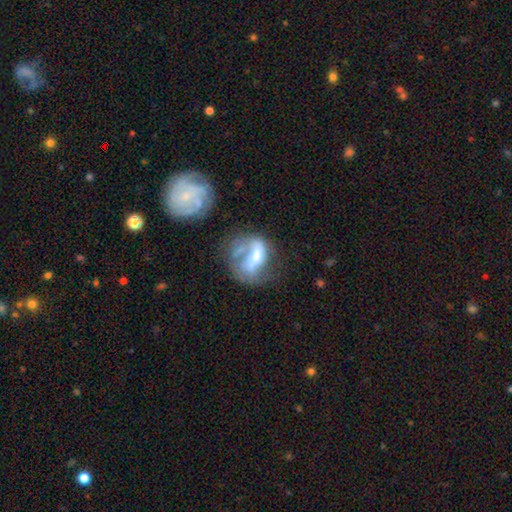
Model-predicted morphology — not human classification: smooth_or_featured: featured or disk (p=0.58) [alt: smooth p=0.31]
disk_edge_on: no (p=0.97) [alt: yes p=0.03]
bar: no (p=0.55) [alt: weak p=0.30]
has_spiral_arms: no (p=0.53) [alt: yes p=0.47]
bulge_size: moderate (p=0.40) [alt: small p=0.28]
merging: major disturbance (p=0.36) [alt: none p=0.26]